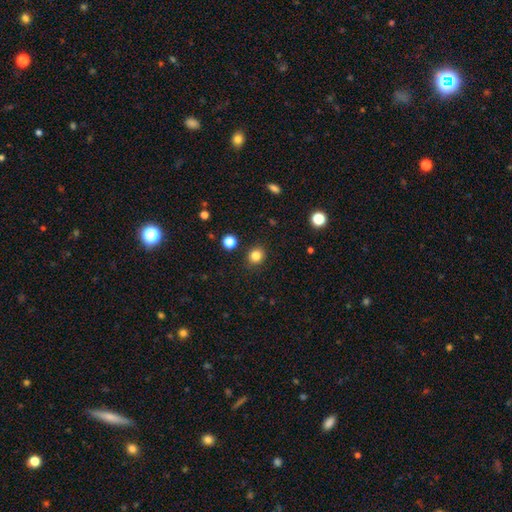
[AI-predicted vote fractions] smooth_or_featured: smooth (p=0.83) [alt: star or artifact p=0.13]
how_rounded: round (p=0.81) [alt: in between p=0.18]
merging: none (p=0.89) [alt: minor disturbance p=0.07]